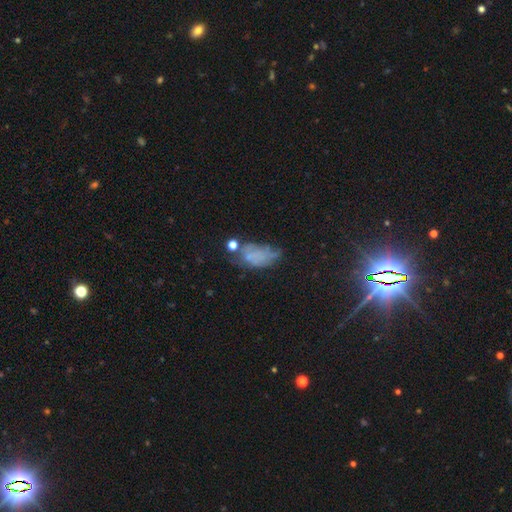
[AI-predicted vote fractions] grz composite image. It shows a smooth galaxy with no disk features (48%). Merging: none (31%).